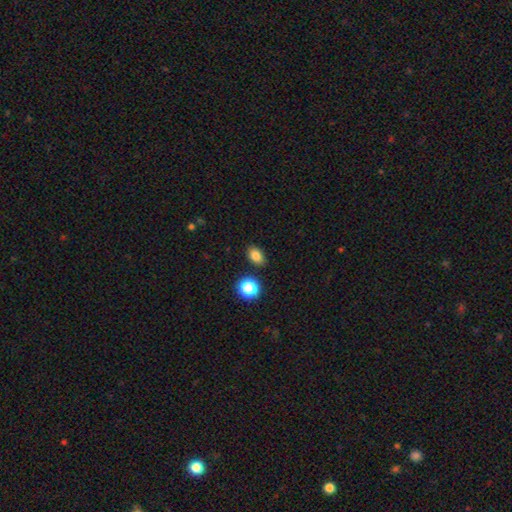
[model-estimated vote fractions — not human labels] A smooth galaxy with no disk features (82%) that is in between round and cigar-shaped (75%). Merging: none (83%).